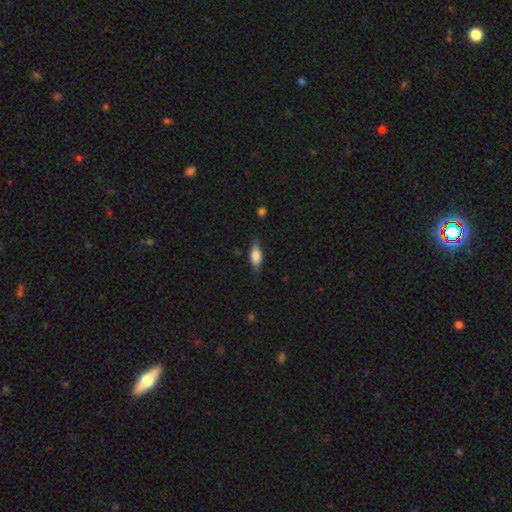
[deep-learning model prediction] This is likely a smooth galaxy (73%). How rounded: likely in between (73%). Merging: likely none (77%).